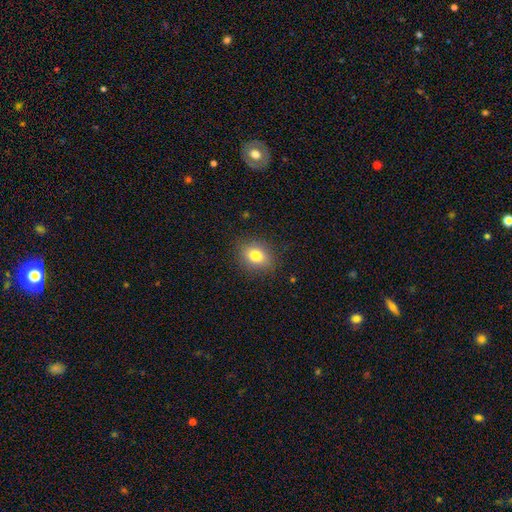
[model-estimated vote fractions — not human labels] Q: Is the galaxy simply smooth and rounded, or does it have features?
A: smooth — 80%.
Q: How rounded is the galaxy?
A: in between — 60%.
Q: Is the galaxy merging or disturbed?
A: none — 87%.